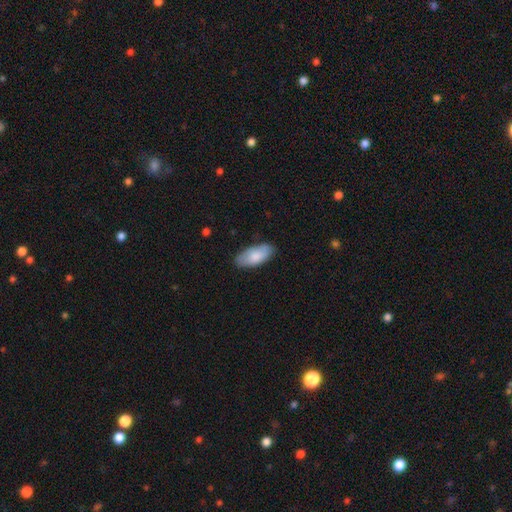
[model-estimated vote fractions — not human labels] smooth 82%, featured or disk 12%, star or artifact 6%. Down the decision tree: how rounded — in between (90%); merging — none (81%).